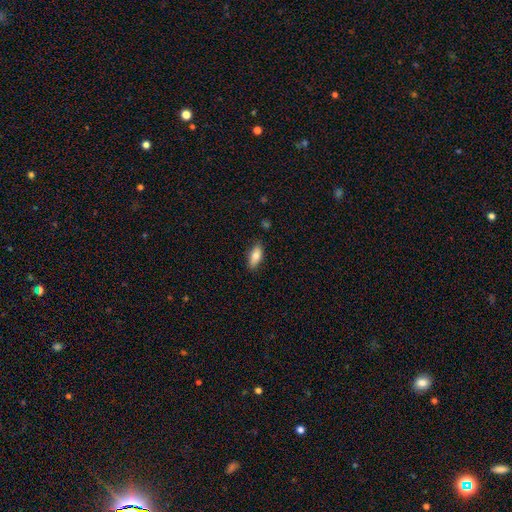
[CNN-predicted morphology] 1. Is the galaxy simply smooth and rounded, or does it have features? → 78% smooth, 15% featured or disk, 7% star or artifact.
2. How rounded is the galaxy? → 82% in between, 16% cigar-shaped, 3% round.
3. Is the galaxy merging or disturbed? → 85% none, 12% minor disturbance, 2% major disturbance, 1% merger.